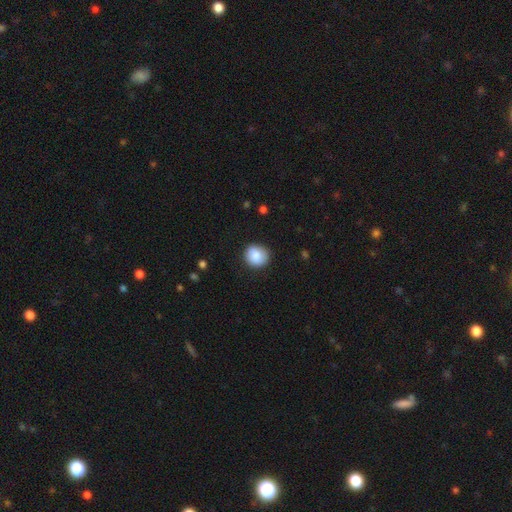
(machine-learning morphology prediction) smooth 86%, star or artifact 8%, featured or disk 6%. Down the decision tree: how rounded — round (87%); merging — none (87%).